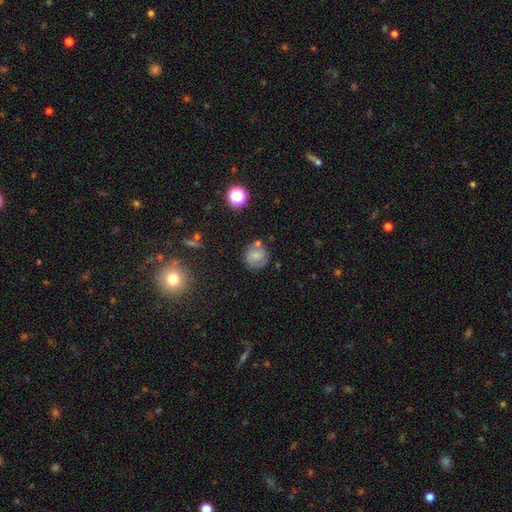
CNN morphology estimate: Smooth or featured?
  - smooth: 55% *
  - featured or disk: 33%
  - star or artifact: 13%
How rounded?
  - round: 89% *
  - in between: 10%
  - cigar-shaped: 1%
Merging?
  - none: 69% *
  - minor disturbance: 16%
  - merger: 10%
  - major disturbance: 5%